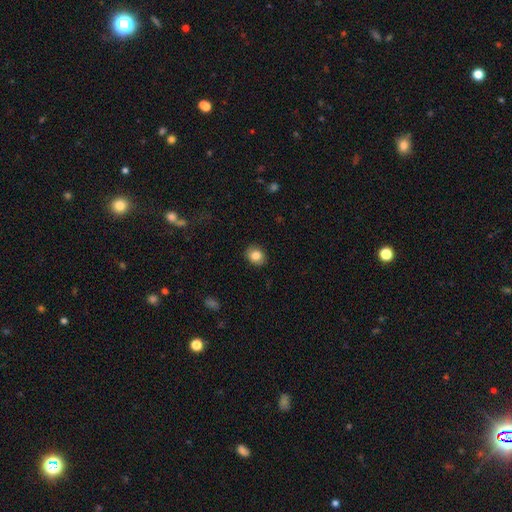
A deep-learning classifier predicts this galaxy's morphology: This appears to be a smooth galaxy with no disk features (83%) that is round (55%). Merging: none (89%).